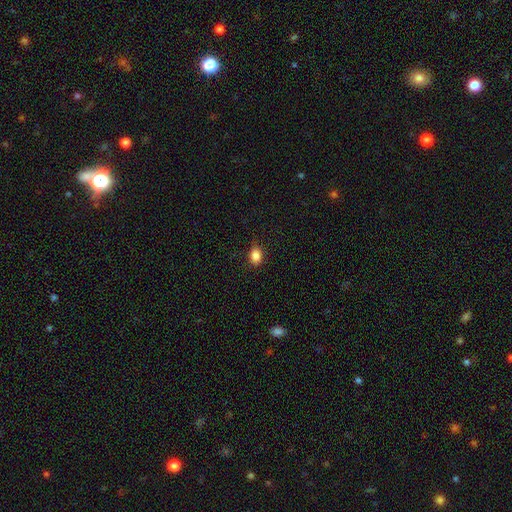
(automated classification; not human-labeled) The model was most divided on "how rounded": in between: 67%, round: 32%, cigar-shaped: 1%. More confident: smooth or featured — smooth (86%); merging — none (81%).